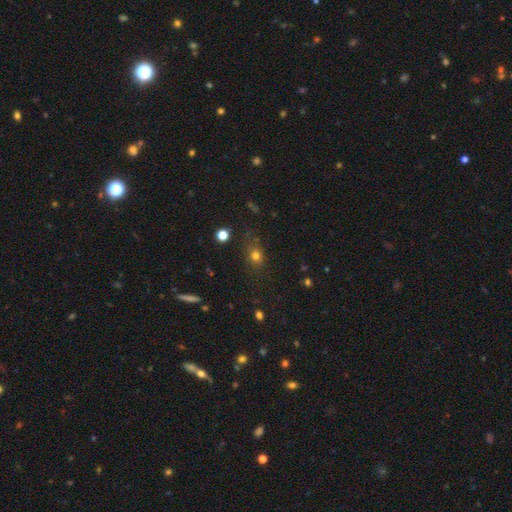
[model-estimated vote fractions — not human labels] The model was most divided on "how rounded": round: 61%, in between: 37%, cigar-shaped: 3%. More confident: smooth or featured — smooth (74%); merging — none (71%).